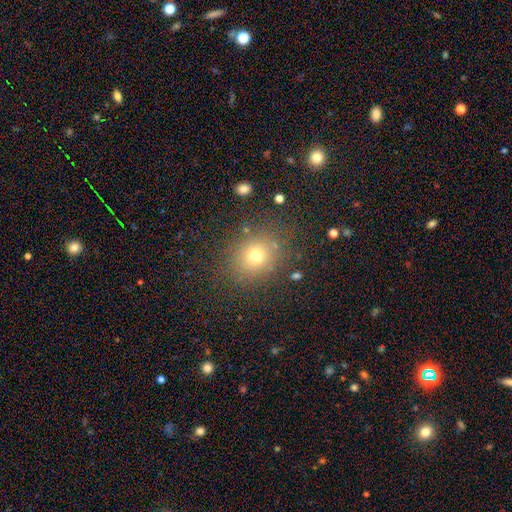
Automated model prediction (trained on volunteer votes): The model was most divided on "how rounded": round: 71%, in between: 28%, cigar-shaped: 1%. More confident: merging — none (84%); smooth or featured — smooth (73%).